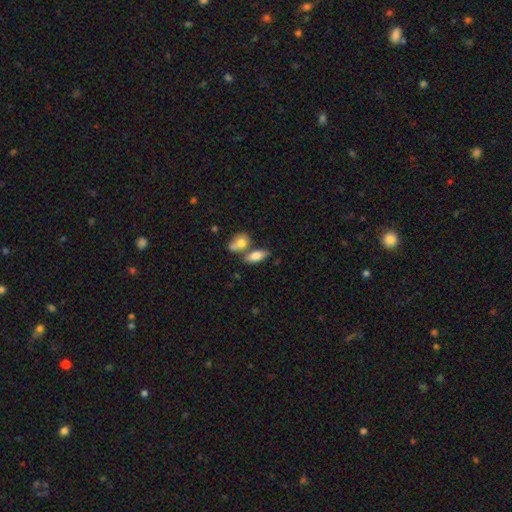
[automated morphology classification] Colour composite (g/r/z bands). It shows a smooth galaxy with no disk features (78%) that is in between round and cigar-shaped (82%). Merging: none (49%).